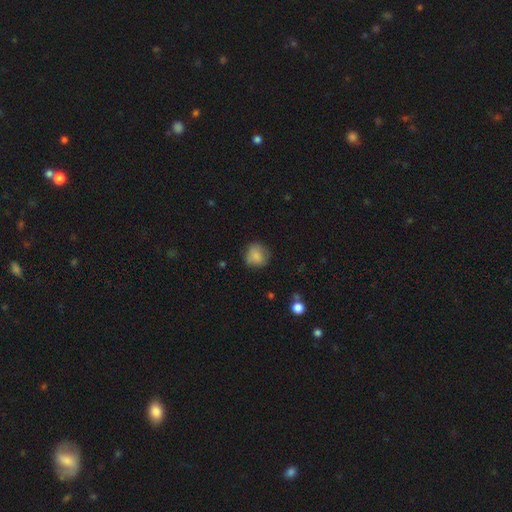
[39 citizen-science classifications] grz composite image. It shows a smooth galaxy with no disk features (87%) that is round (85%). Merging: none (54%).